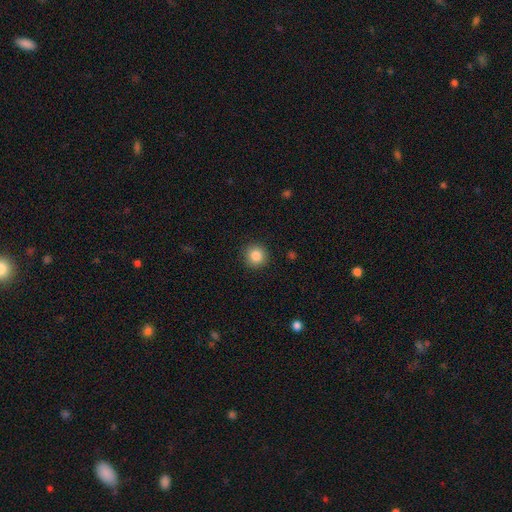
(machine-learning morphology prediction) The model was most divided on "smooth or featured": smooth: 85%, star or artifact: 10%, featured or disk: 5%. More confident: how rounded — round (94%); merging — none (91%).